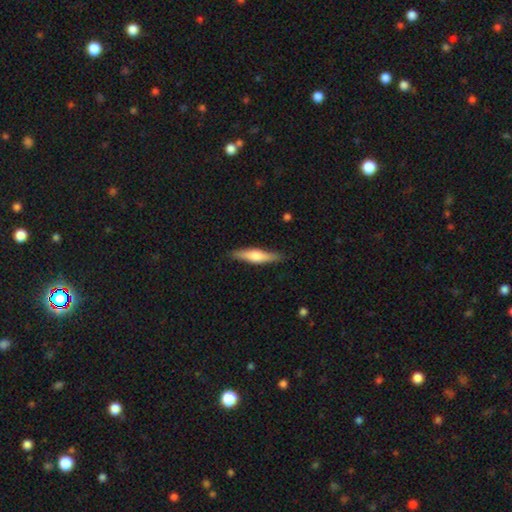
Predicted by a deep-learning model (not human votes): A smooth galaxy with no disk features (51%) that is cigar-shaped (80%). Merging: none (87%).